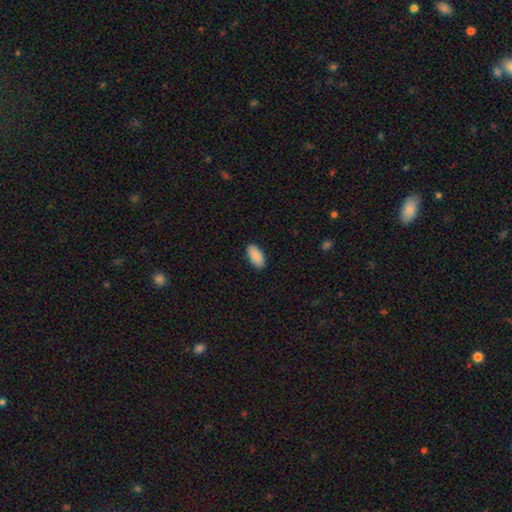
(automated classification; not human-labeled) A smooth galaxy with no disk features (91%) that is in between round and cigar-shaped (93%).

Vote fractions:
- Smooth or featured? smooth: 91% / star or artifact: 6% / featured or disk: 3%
- How rounded? in between: 93% / cigar-shaped: 5% / round: 2%
- Merging? none: 89% / minor disturbance: 9% / major disturbance: 2% / merger: 1%